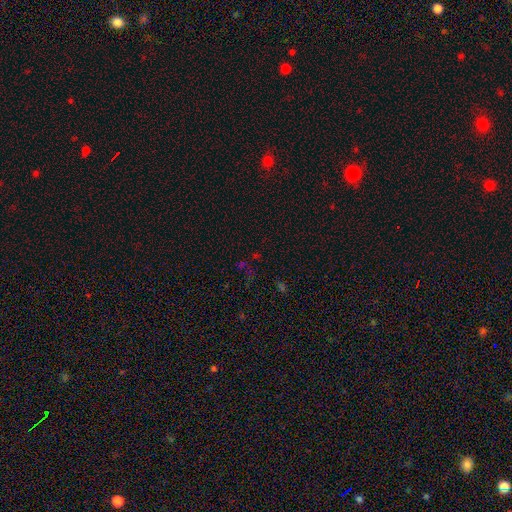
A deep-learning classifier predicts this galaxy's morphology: This appears to be a star or artifact, not a galaxy (64%).